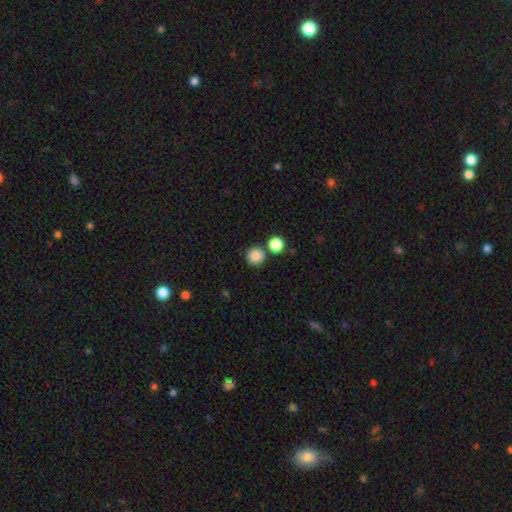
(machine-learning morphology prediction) Q: Smooth or featured?
A: smooth (85%); runner-up: star or artifact (10%)
Q: How rounded?
A: round (94%); runner-up: in between (5%)
Q: Merging?
A: none (77%); runner-up: merger (13%)